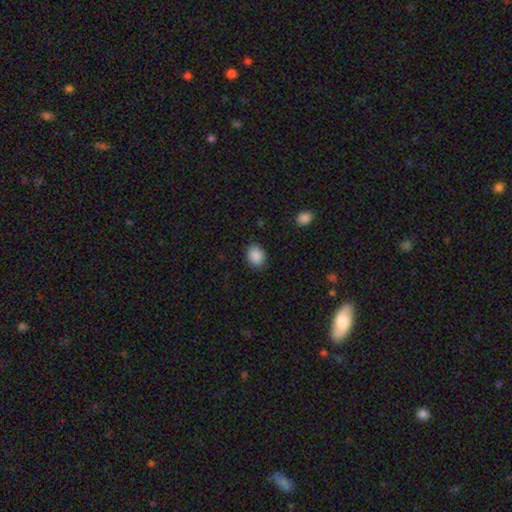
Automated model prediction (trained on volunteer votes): Morphology: type=smooth (89%); roundness=round (50%); merging=none (85%).